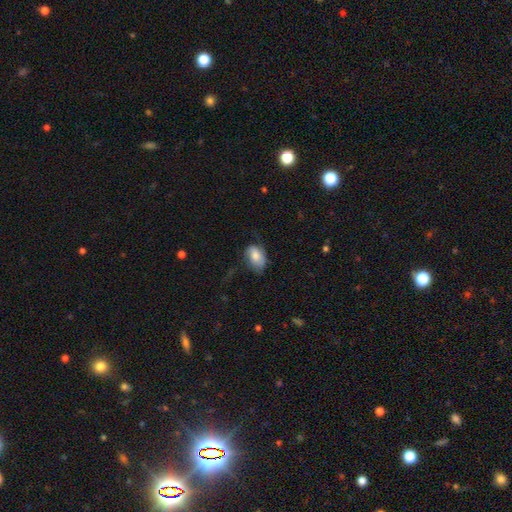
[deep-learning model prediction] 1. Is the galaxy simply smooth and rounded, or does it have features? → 70% smooth, 23% featured or disk, 7% star or artifact.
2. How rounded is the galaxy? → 87% in between, 12% round, 1% cigar-shaped.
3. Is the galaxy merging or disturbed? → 51% none, 33% minor disturbance, 14% major disturbance, 2% merger.